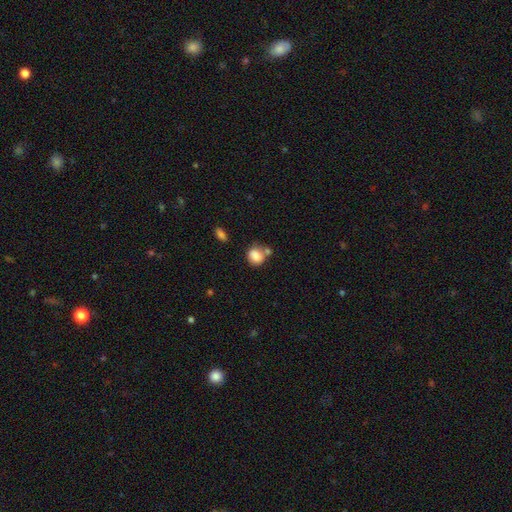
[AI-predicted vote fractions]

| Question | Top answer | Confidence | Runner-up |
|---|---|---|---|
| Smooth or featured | smooth | 83% | star or artifact (9%) |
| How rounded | round | 60% | in between (39%) |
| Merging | none | 49% | merger (27%) |